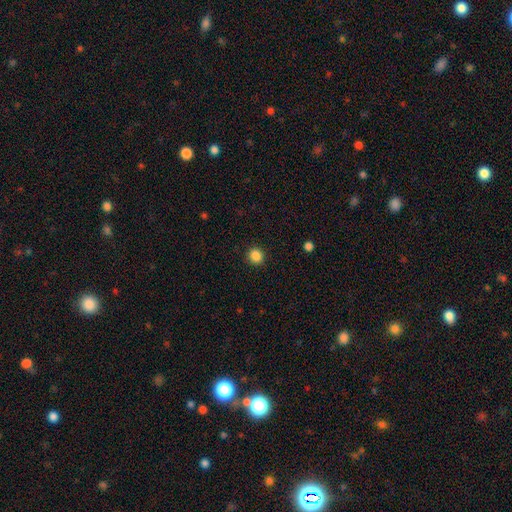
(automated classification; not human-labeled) Smooth or featured?
  - smooth: 86% *
  - star or artifact: 11%
  - featured or disk: 3%
How rounded?
  - round: 91% *
  - in between: 8%
  - cigar-shaped: 1%
Merging?
  - none: 91% *
  - minor disturbance: 6%
  - major disturbance: 2%
  - merger: 1%